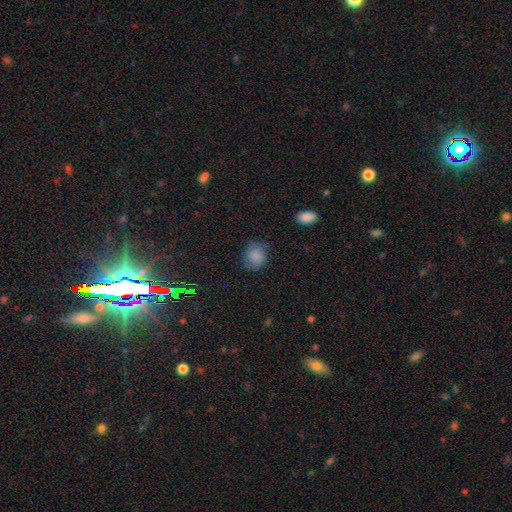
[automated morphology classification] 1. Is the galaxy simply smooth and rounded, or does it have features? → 84% smooth, 11% star or artifact, 6% featured or disk.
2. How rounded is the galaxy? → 75% round, 24% in between, 1% cigar-shaped.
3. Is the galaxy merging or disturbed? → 76% none, 18% minor disturbance, 5% major disturbance, 1% merger.